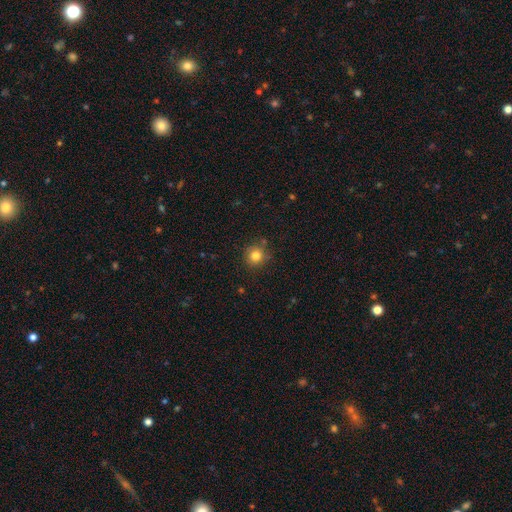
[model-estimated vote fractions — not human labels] smooth-or-featured: smooth: 81% | star or artifact: 12% | featured or disk: 6%
  how-rounded: round: 92% | in between: 7% | cigar-shaped: 1%
  merging: none: 84% | minor disturbance: 10% | merger: 3% | major disturbance: 3%